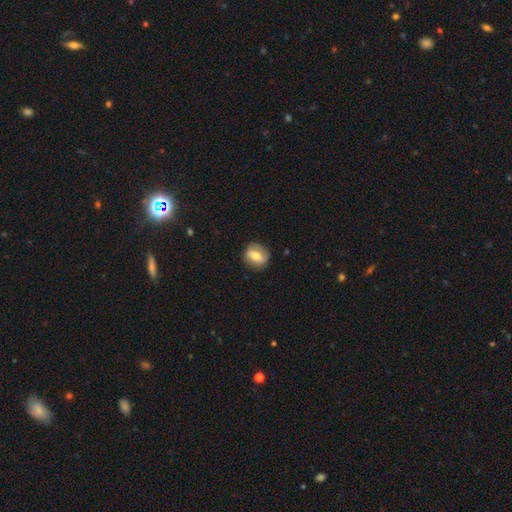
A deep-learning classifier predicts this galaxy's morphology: Q: Smooth or featured?
A: smooth (53%); runner-up: featured or disk (39%)
Q: How rounded?
A: round (61%); runner-up: in between (37%)
Q: Merging?
A: none (80%); runner-up: minor disturbance (14%)